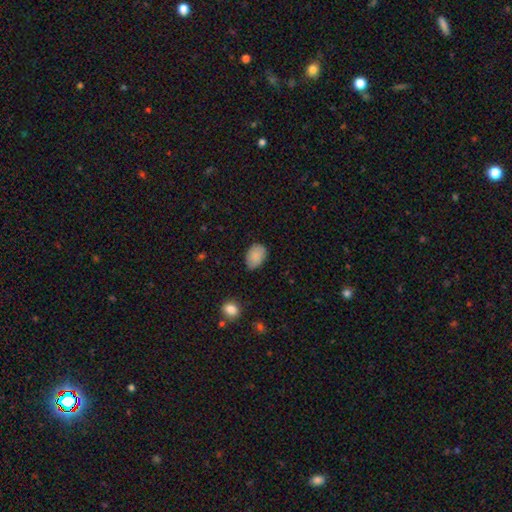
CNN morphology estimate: This is clearly a smooth galaxy (86%). How rounded: clearly in between (83%). Merging: likely none (74%).